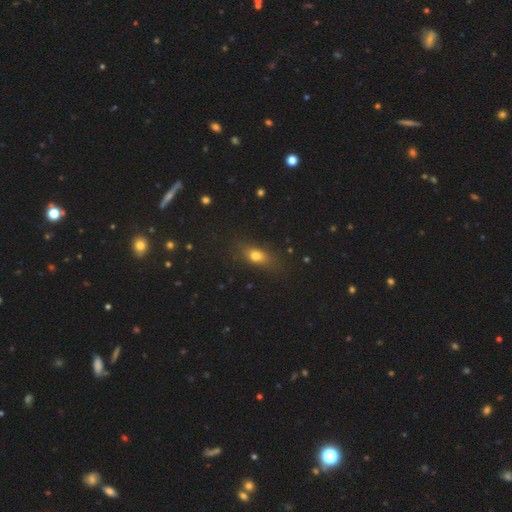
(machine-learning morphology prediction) A smooth galaxy with no disk features (73%) that is in between round and cigar-shaped (67%).

Vote fractions:
- Smooth or featured? smooth: 73% / star or artifact: 14% / featured or disk: 13%
- How rounded? in between: 67% / round: 16% / cigar-shaped: 16%
- Merging? none: 75% / minor disturbance: 16% / major disturbance: 6% / merger: 2%